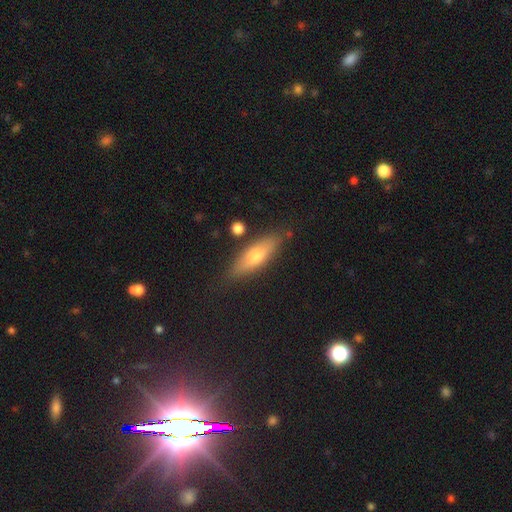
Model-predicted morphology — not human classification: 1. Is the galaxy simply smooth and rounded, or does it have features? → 51% smooth, 34% featured or disk, 16% star or artifact.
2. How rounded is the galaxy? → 51% cigar-shaped, 45% in between, 3% round.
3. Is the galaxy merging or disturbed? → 82% none, 13% minor disturbance, 3% major disturbance, 2% merger.